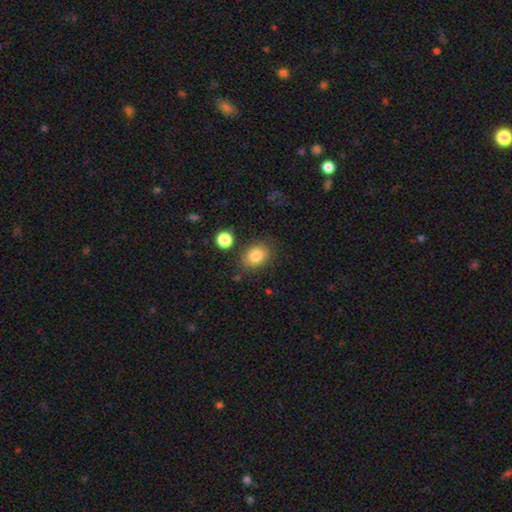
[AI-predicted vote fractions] Morphology: type=smooth (83%); roundness=in between (64%); merging=none (79%).